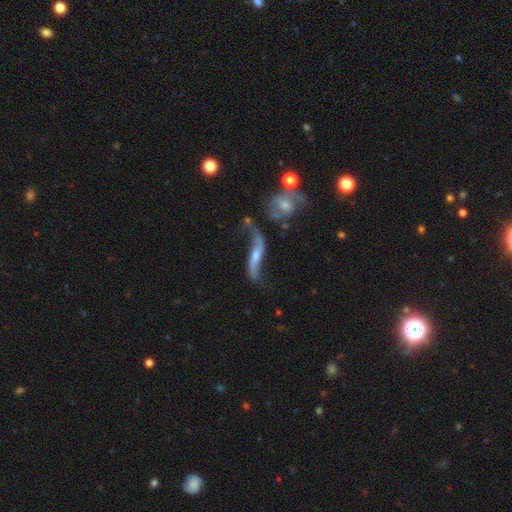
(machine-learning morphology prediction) Smooth or featured? Predicted: featured or disk (p=0.81). Edge-on disk? Predicted: no (p=0.75). Bar? Predicted: no (p=0.42). Spiral arms? Predicted: yes (p=0.92). Spiral winding? Predicted: loose (p=0.92). Spiral arm count? Predicted: 2 (p=0.90). Bulge size? Predicted: small (p=0.47). Merging? Predicted: none (p=0.50).